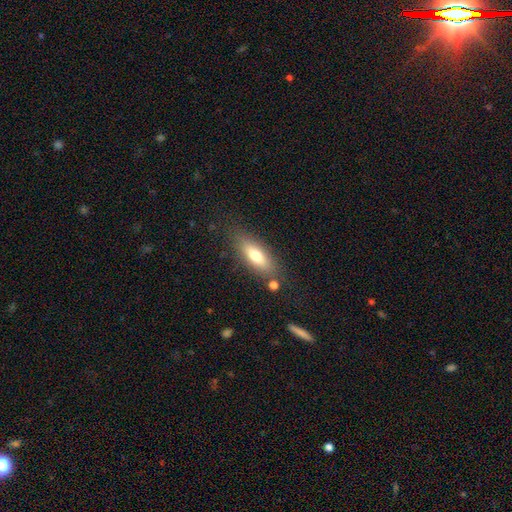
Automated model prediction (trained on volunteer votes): Q: Smooth or featured?
A: smooth (69%); runner-up: featured or disk (24%)
Q: How rounded?
A: in between (63%); runner-up: cigar-shaped (34%)
Q: Merging?
A: none (76%); runner-up: minor disturbance (14%)